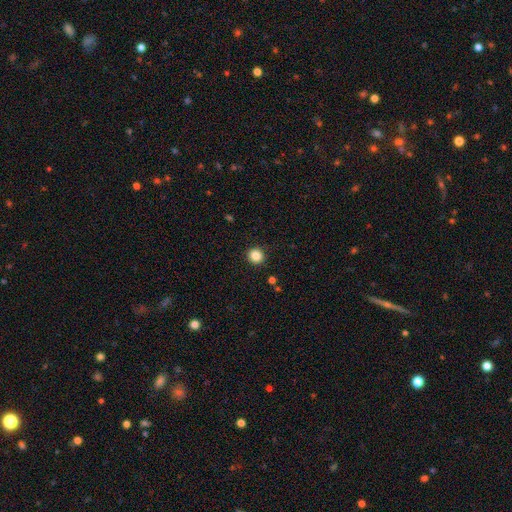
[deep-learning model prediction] This is clearly a smooth galaxy (86%). How rounded: clearly round (92%). Merging: clearly none (91%).